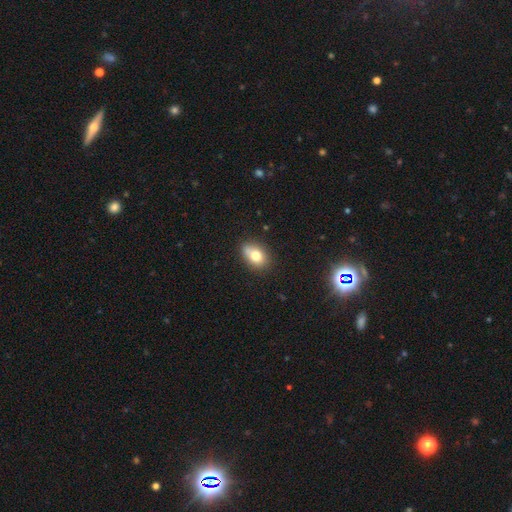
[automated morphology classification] smooth-or-featured: smooth: 76% | featured or disk: 14% | star or artifact: 10%
  how-rounded: in between: 72% | round: 27% | cigar-shaped: 1%
  merging: none: 67% | minor disturbance: 21% | merger: 7% | major disturbance: 5%